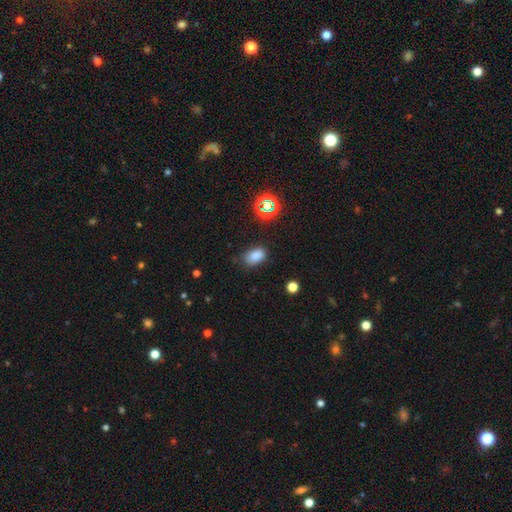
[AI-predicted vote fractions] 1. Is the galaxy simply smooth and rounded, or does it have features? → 80% smooth, 15% star or artifact, 5% featured or disk.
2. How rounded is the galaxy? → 87% in between, 12% round, 2% cigar-shaped.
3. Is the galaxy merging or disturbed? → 74% none, 19% minor disturbance, 5% major disturbance, 2% merger.